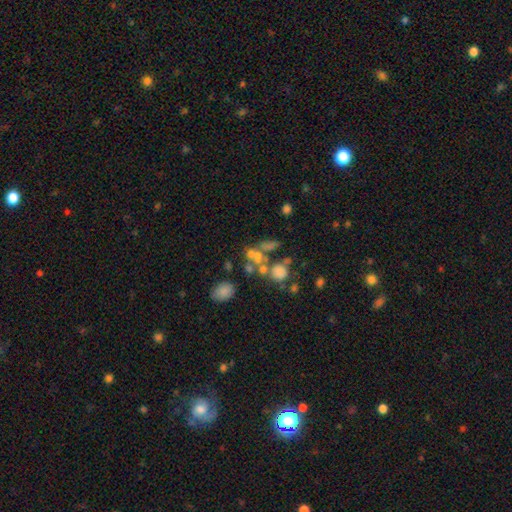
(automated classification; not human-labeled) Morphology: type=smooth (51%); roundness=round (53%); merging=merger (48%).